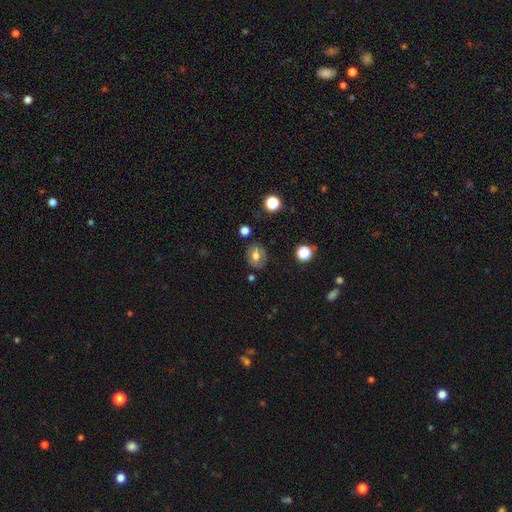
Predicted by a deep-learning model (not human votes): This is likely a smooth galaxy (64%). How rounded: possibly round (50%). Merging: clearly none (80%).